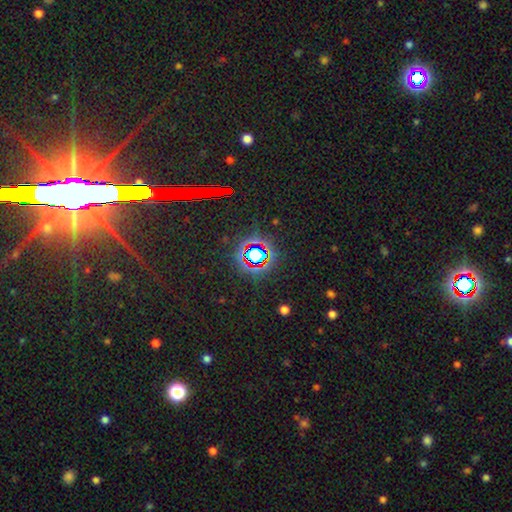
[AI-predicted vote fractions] A star or artifact, not a galaxy (73%).